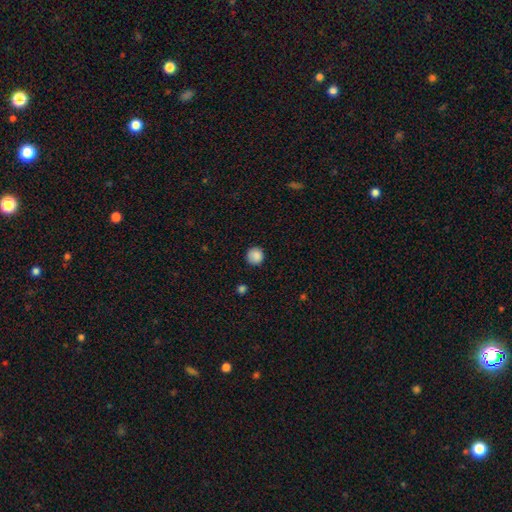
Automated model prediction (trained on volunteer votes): smooth-or-featured: smooth: 87% | star or artifact: 9% | featured or disk: 3%
  how-rounded: round: 94% | in between: 5% | cigar-shaped: 1%
  merging: none: 86% | minor disturbance: 10% | major disturbance: 2% | merger: 1%